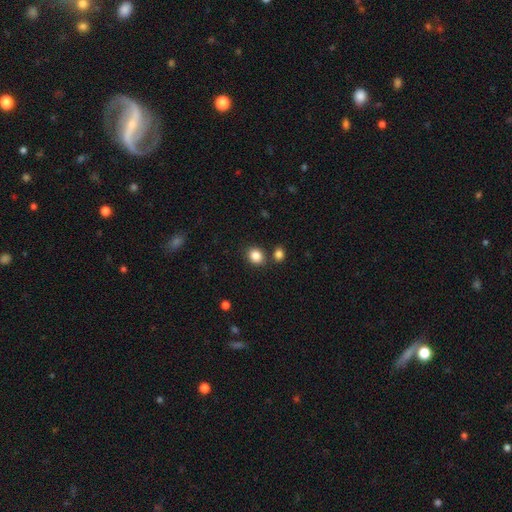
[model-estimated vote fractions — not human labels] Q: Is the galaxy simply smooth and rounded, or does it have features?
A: smooth — 85%.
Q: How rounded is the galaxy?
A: round — 63%.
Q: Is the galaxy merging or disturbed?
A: none — 79%.